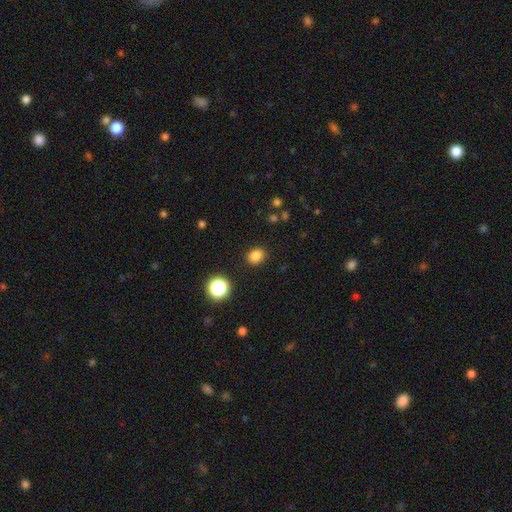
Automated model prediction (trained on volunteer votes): Q: Smooth or featured?
A: smooth (83%); runner-up: star or artifact (13%)
Q: How rounded?
A: round (63%); runner-up: in between (36%)
Q: Merging?
A: none (88%); runner-up: minor disturbance (8%)